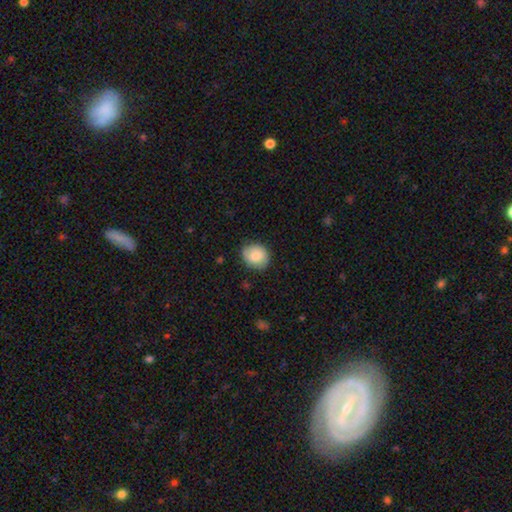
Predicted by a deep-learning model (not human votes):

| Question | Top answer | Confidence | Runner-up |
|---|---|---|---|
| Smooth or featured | smooth | 82% | featured or disk (11%) |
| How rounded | round | 72% | in between (27%) |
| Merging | none | 80% | minor disturbance (16%) |